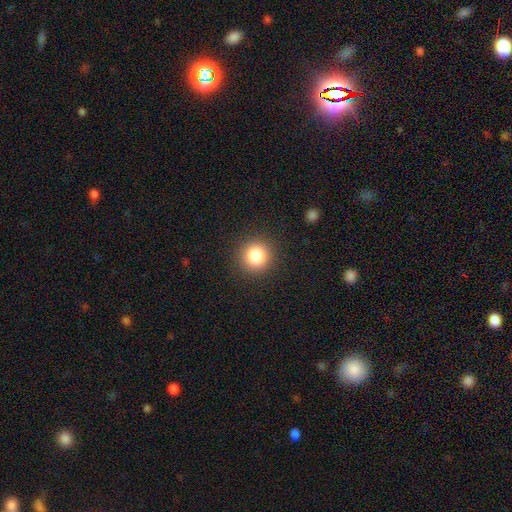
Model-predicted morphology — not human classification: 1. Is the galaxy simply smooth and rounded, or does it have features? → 83% smooth, 11% star or artifact, 5% featured or disk.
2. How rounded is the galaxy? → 93% round, 6% in between, 1% cigar-shaped.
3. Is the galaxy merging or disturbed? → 91% none, 6% minor disturbance, 2% major disturbance, 1% merger.